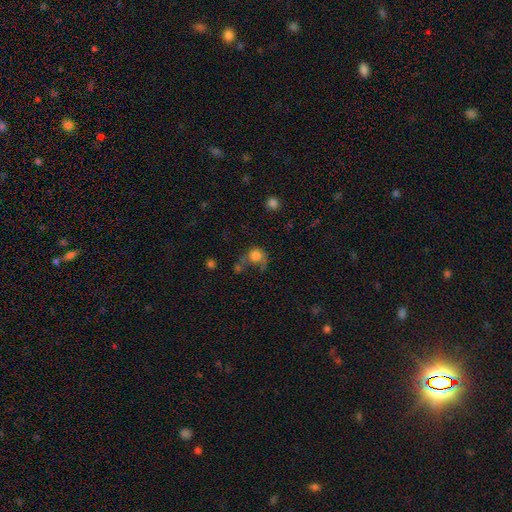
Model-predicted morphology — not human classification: Smooth or featured: smooth — 70% (featured or disk — 18%)
How rounded: round — 74% (in between — 24%)
Merging: major disturbance — 38% (none — 27%)